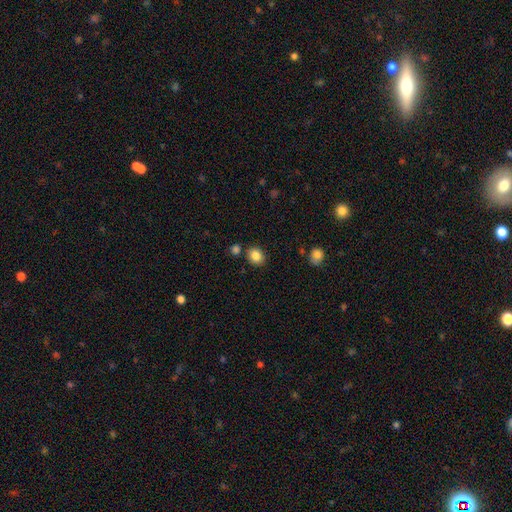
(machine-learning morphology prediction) Smooth or featured? smooth (84%)
How rounded? round (59%)
Merging? none (81%)